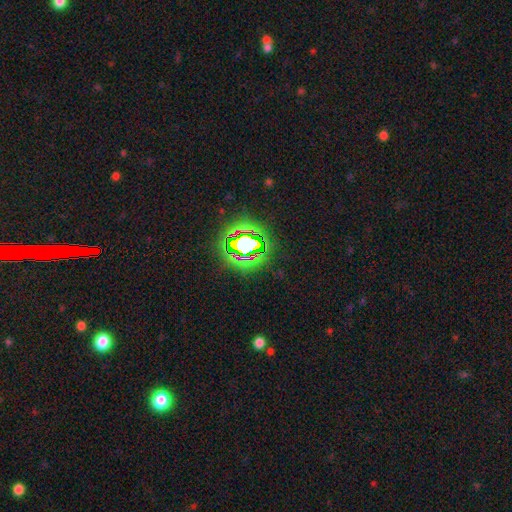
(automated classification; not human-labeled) Smooth or featured?
  - star or artifact: 68% *
  - smooth: 19%
  - featured or disk: 12%